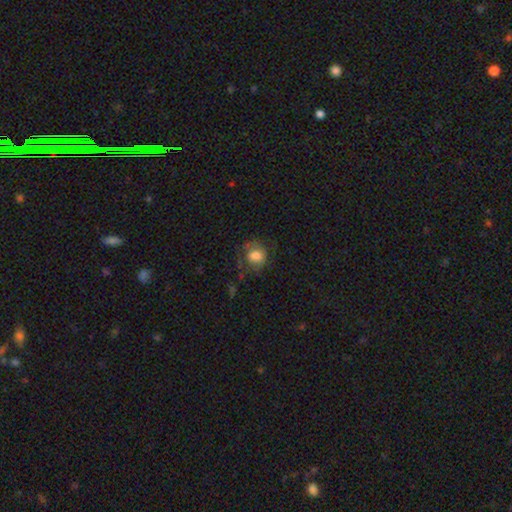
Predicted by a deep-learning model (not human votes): Smooth or featured? smooth (70%)
How rounded? round (72%)
Merging? none (51%)